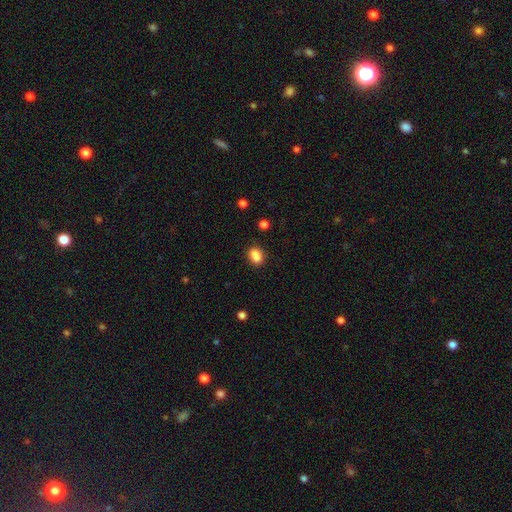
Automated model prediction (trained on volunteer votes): Smooth or featured? Predicted: smooth (p=0.86). How rounded? Predicted: in between (p=0.72). Merging? Predicted: none (p=0.75).